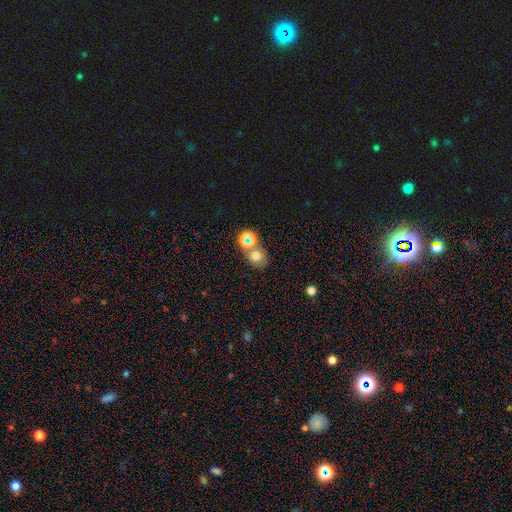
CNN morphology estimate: Smooth or featured? Predicted: smooth (p=0.62). How rounded? Predicted: round (p=0.63). Merging? Predicted: none (p=0.56).